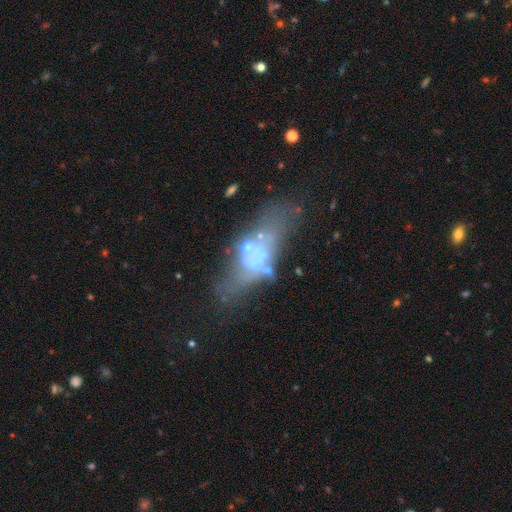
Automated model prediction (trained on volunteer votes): Smooth or featured?
  - featured or disk: 56% *
  - smooth: 29%
  - star or artifact: 15%
Edge-on disk?
  - no: 86% *
  - yes: 14%
Merging?
  - none: 29% * (tied)
  - major disturbance: 29% * (tied)
  - merger: 22%
  - minor disturbance: 19%